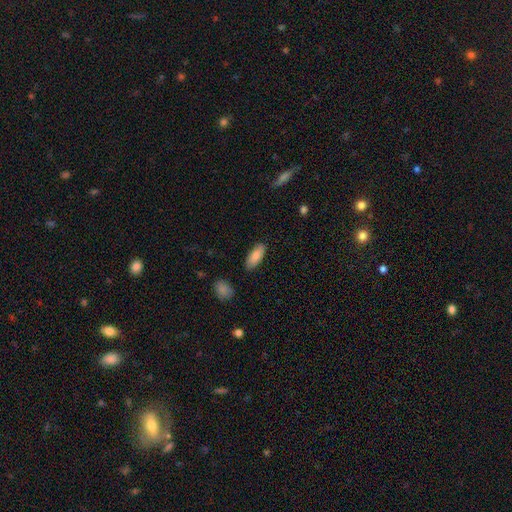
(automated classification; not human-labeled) Morphology: type=smooth (85%); roundness=in between (80%); merging=none (87%).